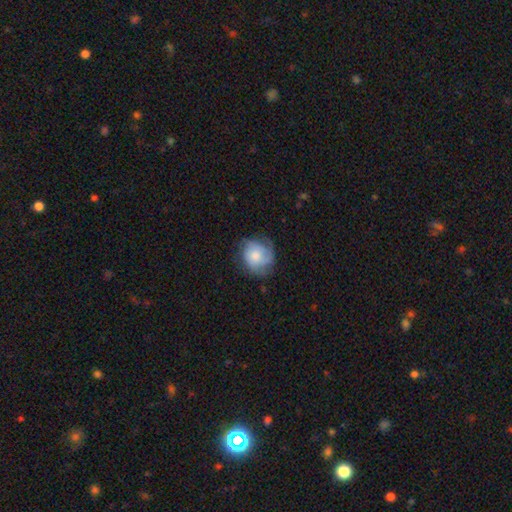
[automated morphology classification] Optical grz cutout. It shows a smooth galaxy with no disk features (56%) that is round (74%). Merging: none (59%).